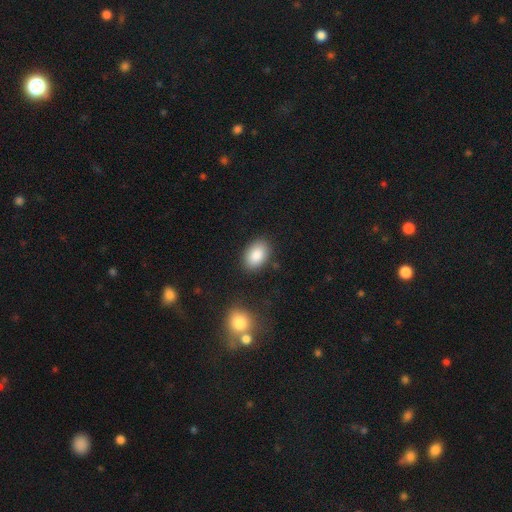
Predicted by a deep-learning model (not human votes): The model was most divided on "merging": none: 85%, minor disturbance: 10%, major disturbance: 3%, merger: 2%. More confident: how rounded — in between (87%); smooth or featured — smooth (87%).